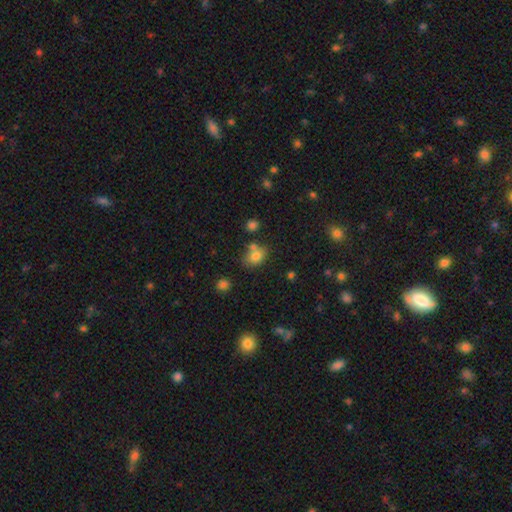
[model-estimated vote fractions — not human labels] smooth 78%, star or artifact 12%, featured or disk 10%. Down the decision tree: how rounded — in between (65%); merging — none (60%).